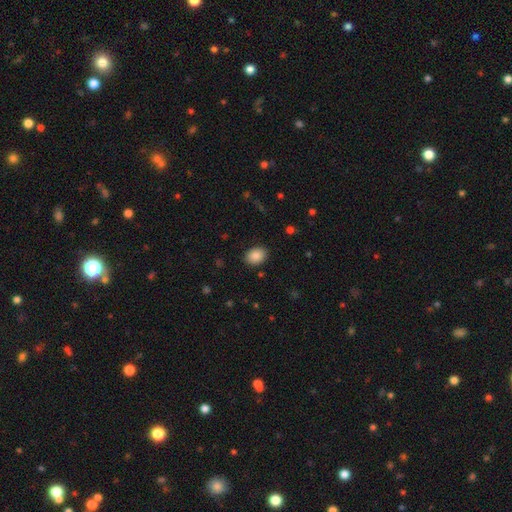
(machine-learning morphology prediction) A smooth galaxy with no disk features (89%) that is in between round and cigar-shaped (69%). Merging: none (88%).